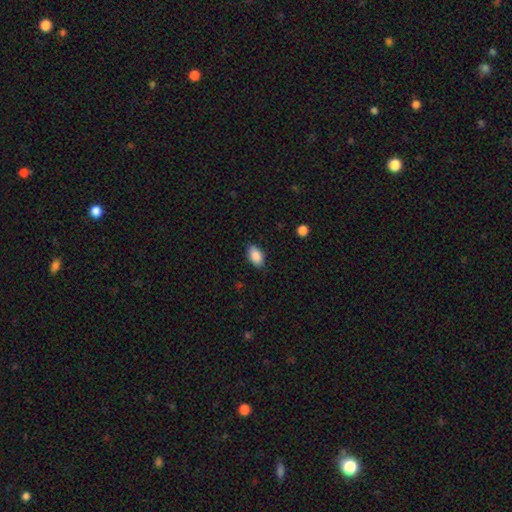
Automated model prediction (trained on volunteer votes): Smooth or featured?
  - smooth: 88% *
  - star or artifact: 7%
  - featured or disk: 5%
How rounded?
  - in between: 92% *
  - round: 6%
  - cigar-shaped: 2%
Merging?
  - none: 84% *
  - minor disturbance: 12%
  - major disturbance: 3%
  - merger: 1%